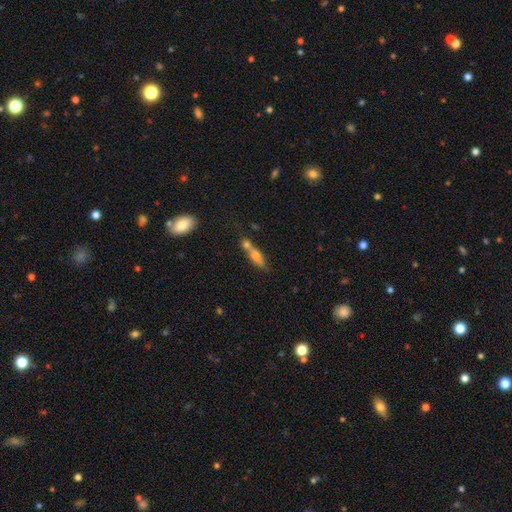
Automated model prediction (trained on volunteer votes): Smooth or featured? smooth (62%)
How rounded? cigar-shaped (48%)
Merging? merger (47%)